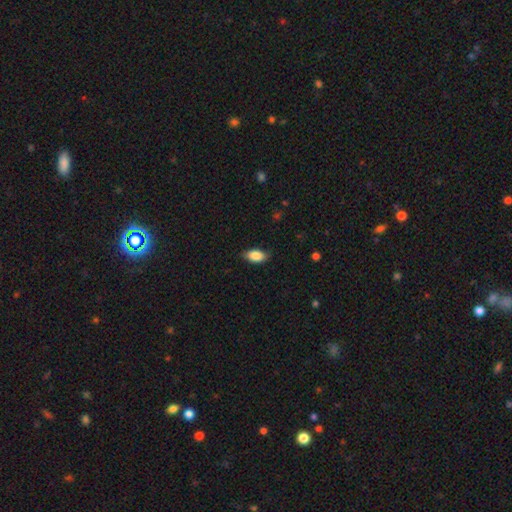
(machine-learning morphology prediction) smooth-or-featured: smooth: 86% | featured or disk: 7% | star or artifact: 7%
  how-rounded: in between: 91% | round: 5% | cigar-shaped: 4%
  merging: none: 80% | minor disturbance: 16% | major disturbance: 3% | merger: 1%